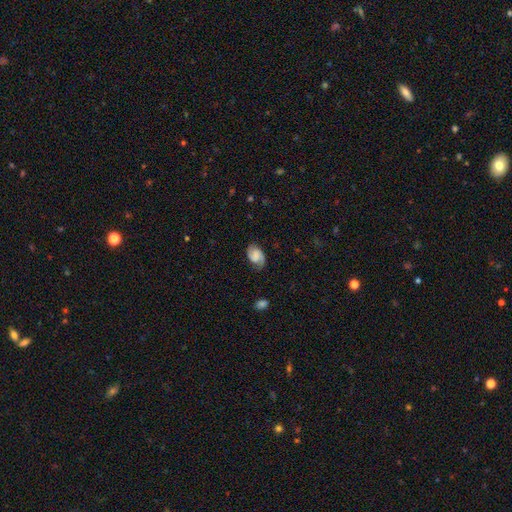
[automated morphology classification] A featured or disk galaxy (62%) with no bar (46%), 2 (85%) medium (46%) spiral arms (94%) and no central bulge (45%).

Vote fractions:
- Smooth or featured? featured or disk: 62% / smooth: 29% / star or artifact: 8%
- Edge-on disk? no: 97% / yes: 3%
- Bar? no: 46% / weak: 41% / strong: 13%
- Spiral arms? yes: 94% / no: 6%
- Spiral winding? medium: 46% / tight: 30% / loose: 24%
- Spiral arm count? 2: 85% / 1: 6% / can't tell: 6% / 3: 1% / 4: 1% / more than 4: 1%
- Bulge size? none: 45% / small: 19% / moderate: 17% / large: 15% / dominant: 4%
- Merging? none: 74% / minor disturbance: 18% / major disturbance: 6% / merger: 1%